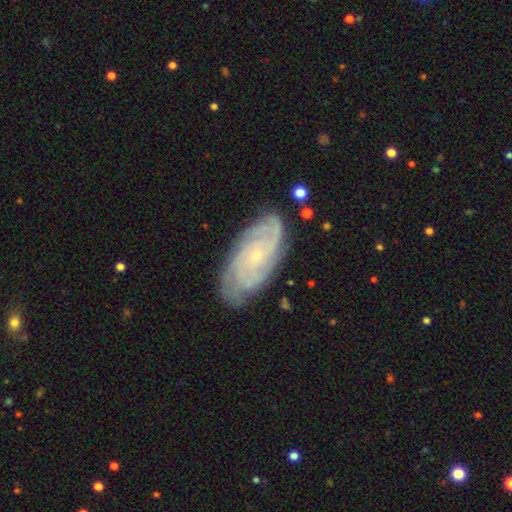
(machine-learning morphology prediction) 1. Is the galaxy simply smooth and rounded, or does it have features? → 82% featured or disk, 12% smooth, 6% star or artifact.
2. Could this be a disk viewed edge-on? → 94% no, 6% yes.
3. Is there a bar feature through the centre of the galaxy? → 76% no, 20% weak, 4% strong.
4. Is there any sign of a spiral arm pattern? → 96% yes, 4% no.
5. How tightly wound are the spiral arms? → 71% tight, 24% medium, 5% loose.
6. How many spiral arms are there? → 30% can't tell, 24% 4, 18% 3, 13% 2, 9% more than 4, 6% 1.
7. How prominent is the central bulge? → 83% small, 13% moderate, 2% none, 1% large, 1% dominant.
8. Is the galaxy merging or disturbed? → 78% none, 17% minor disturbance, 4% major disturbance, 1% merger.